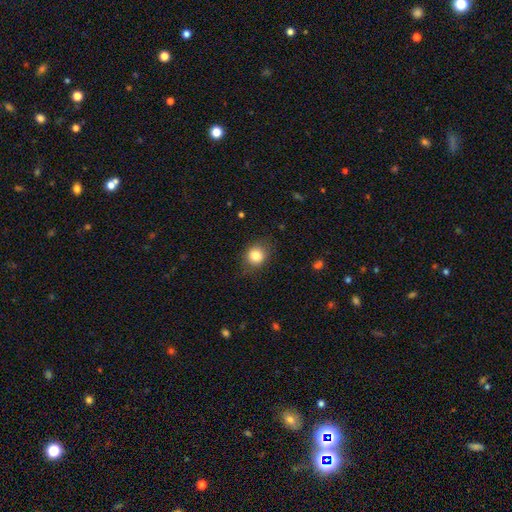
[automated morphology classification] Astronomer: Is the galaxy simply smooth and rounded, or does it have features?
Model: smooth — 82%.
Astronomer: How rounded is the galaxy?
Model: round — 76%.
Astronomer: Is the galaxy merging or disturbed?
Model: none — 80%.